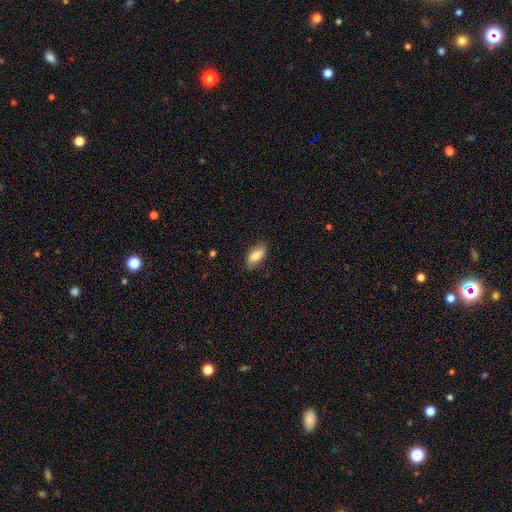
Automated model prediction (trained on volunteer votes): Smooth or featured? Predicted: smooth (p=0.78). How rounded? Predicted: in between (p=0.85). Merging? Predicted: none (p=0.80).